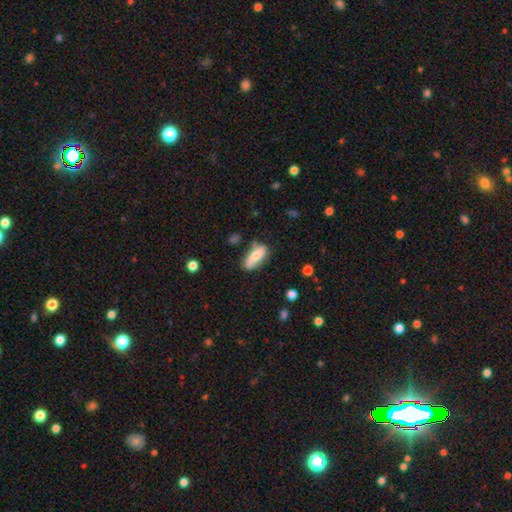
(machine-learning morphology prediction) type=smooth (65%); roundness=in between (71%); merging=none (61%).